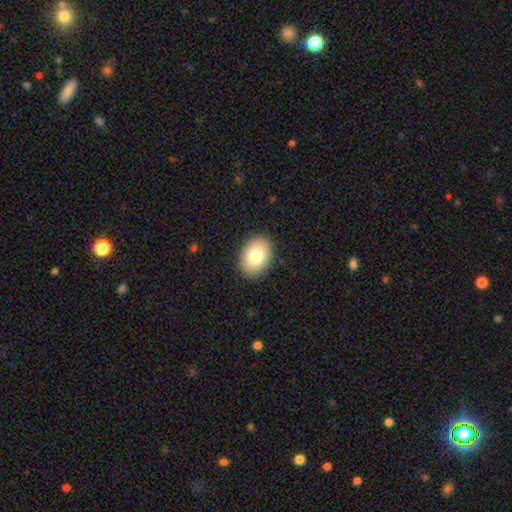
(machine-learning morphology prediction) Smooth or featured? smooth (79%)
How rounded? in between (77%)
Merging? none (89%)